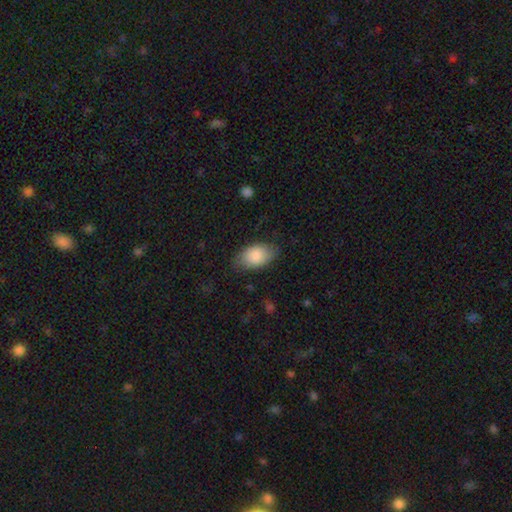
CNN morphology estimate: Overall: smooth (86%). How rounded: in between (92%). Merging: none (76%).